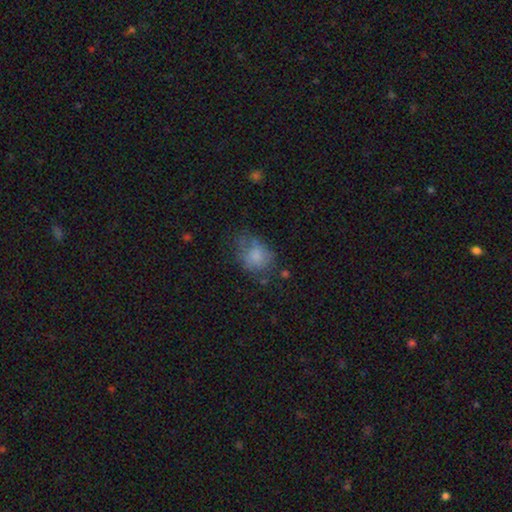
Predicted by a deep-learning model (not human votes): Smooth or featured: smooth — 71% (featured or disk — 19%)
How rounded: in between — 50% (round — 49%)
Merging: none — 45% (minor disturbance — 29%)